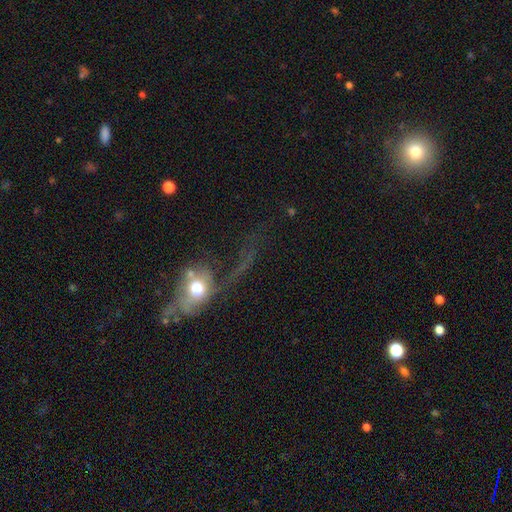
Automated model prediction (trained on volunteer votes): smooth_or_featured: featured or disk (p=0.54) [alt: smooth p=0.28]
disk_edge_on: no (p=0.85) [alt: yes p=0.15]
merging: major disturbance (p=0.50) [alt: none p=0.26]